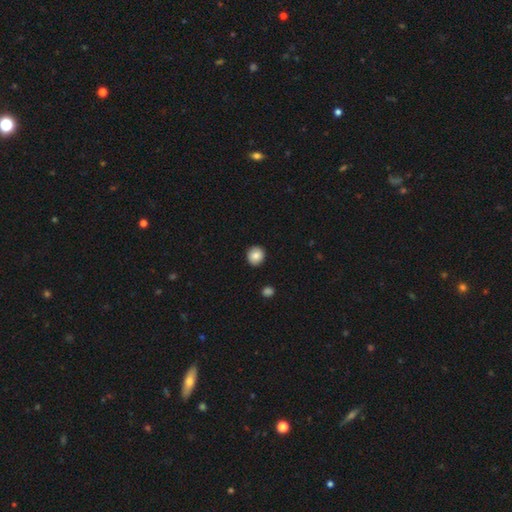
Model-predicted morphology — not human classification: Smooth or featured? smooth (86%)
How rounded? round (88%)
Merging? none (91%)